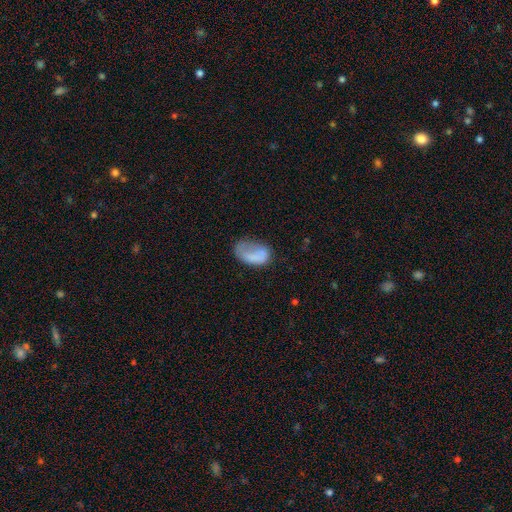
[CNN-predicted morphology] This appears to be a smooth galaxy with no disk features (70%) that is in between round and cigar-shaped (91%). Merging: major disturbance (38%).